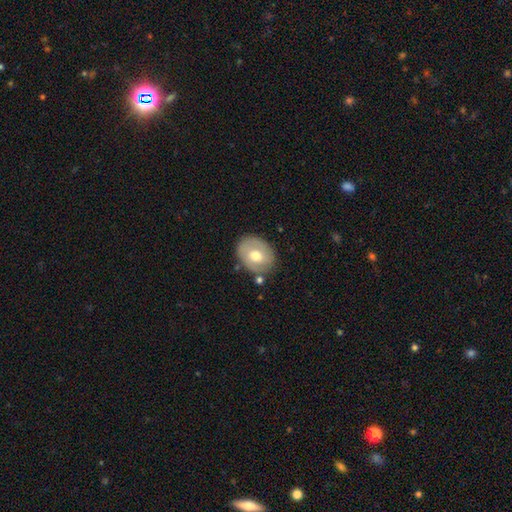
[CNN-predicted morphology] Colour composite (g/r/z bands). It shows a smooth galaxy with no disk features (55%) that is in between round and cigar-shaped (55%). Merging: none (74%).